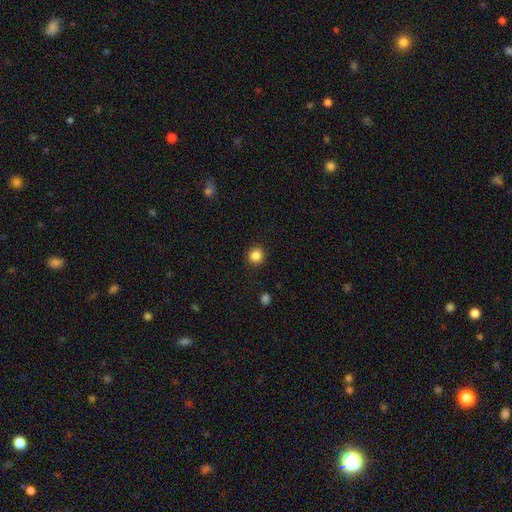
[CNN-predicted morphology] Smooth or featured? smooth (85%)
How rounded? round (93%)
Merging? none (92%)